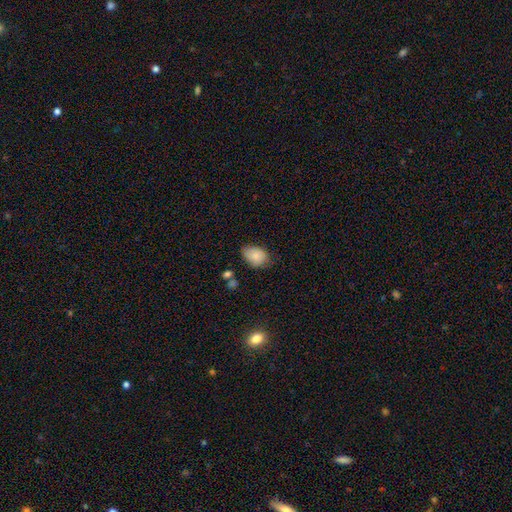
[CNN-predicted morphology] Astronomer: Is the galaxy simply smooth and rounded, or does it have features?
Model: smooth — 84%.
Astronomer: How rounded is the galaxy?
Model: in between — 78%.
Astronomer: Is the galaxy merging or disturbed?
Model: none — 62%.